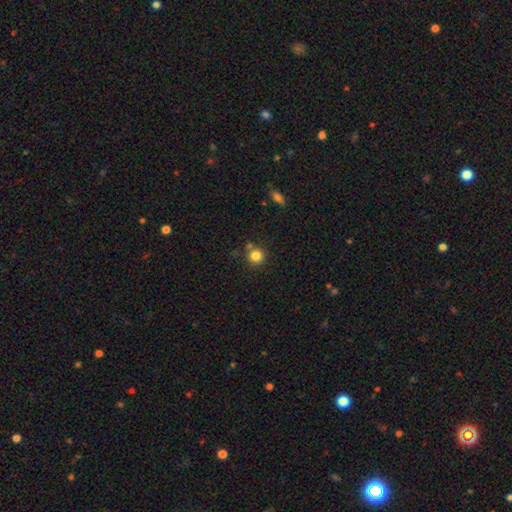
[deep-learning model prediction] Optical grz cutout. It shows a smooth galaxy with no disk features (83%) that is round (93%). Merging: none (78%).